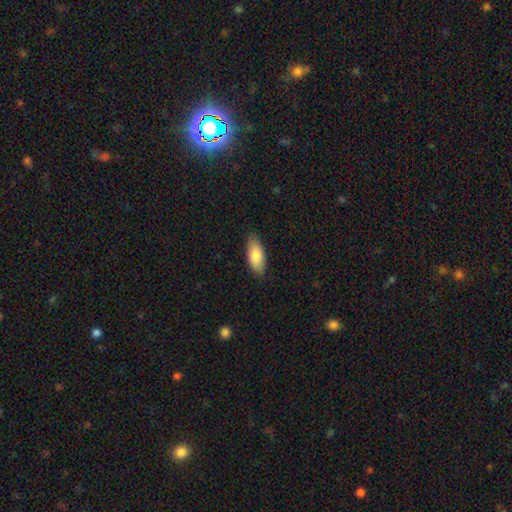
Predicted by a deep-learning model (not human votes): Smooth or featured?
  - smooth: 84% *
  - featured or disk: 11%
  - star or artifact: 6%
How rounded?
  - in between: 86% *
  - cigar-shaped: 12%
  - round: 2%
Merging?
  - none: 84% *
  - minor disturbance: 12%
  - major disturbance: 2%
  - merger: 1%